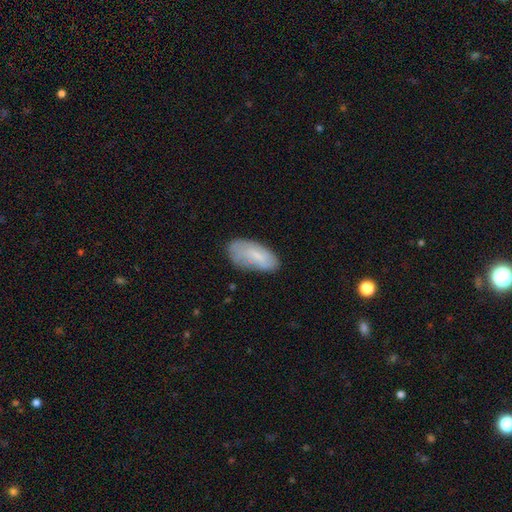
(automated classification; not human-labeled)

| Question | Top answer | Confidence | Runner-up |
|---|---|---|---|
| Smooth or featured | smooth | 66% | featured or disk (27%) |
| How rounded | in between | 91% | cigar-shaped (7%) |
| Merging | none | 66% | minor disturbance (25%) |